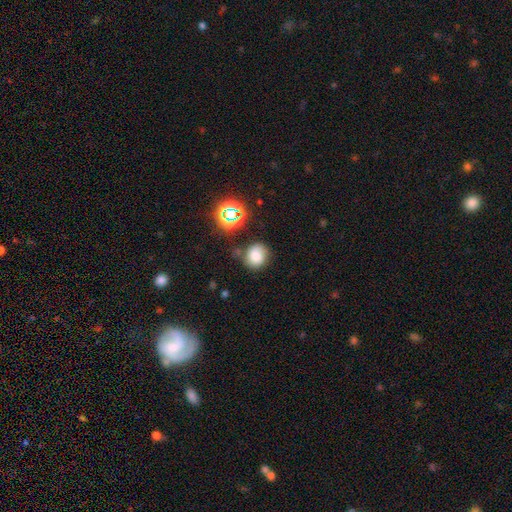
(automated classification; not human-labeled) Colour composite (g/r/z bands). It shows a smooth galaxy with no disk features (71%) that is round (77%). Merging: none (66%).